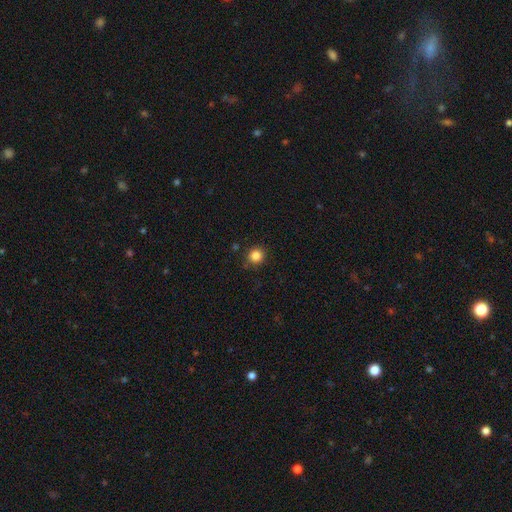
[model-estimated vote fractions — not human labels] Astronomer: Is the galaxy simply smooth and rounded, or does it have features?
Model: smooth — 85%.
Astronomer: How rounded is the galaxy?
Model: round — 93%.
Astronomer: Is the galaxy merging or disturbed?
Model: none — 86%.